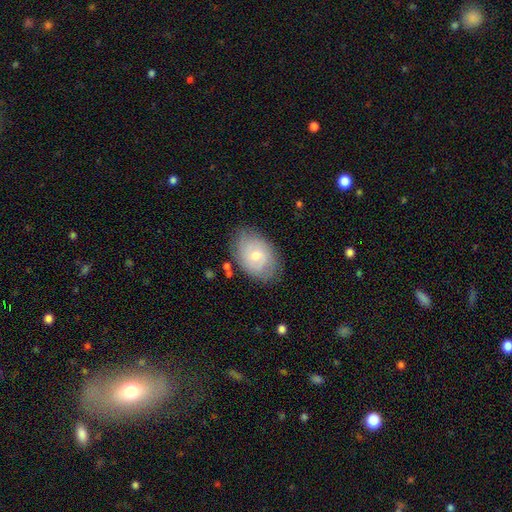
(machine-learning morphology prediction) A featured or disk galaxy (53%) with no bar (72%), spiral arms (81%) and a moderate central bulge (52%). Merging: none (77%).